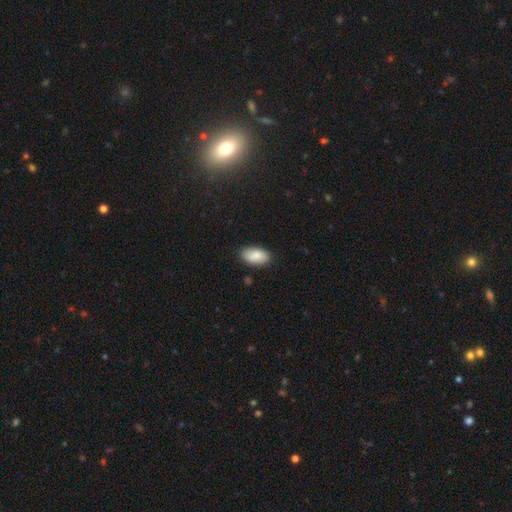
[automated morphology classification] Smooth or featured: smooth — 87% (featured or disk — 7%)
How rounded: in between — 94% (round — 3%)
Merging: none — 86% (minor disturbance — 11%)